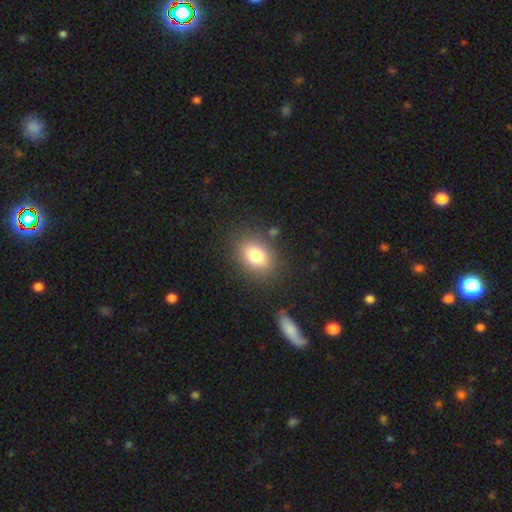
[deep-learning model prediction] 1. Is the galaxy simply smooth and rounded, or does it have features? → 80% smooth, 10% star or artifact, 10% featured or disk.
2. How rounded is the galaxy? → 67% in between, 32% round, 1% cigar-shaped.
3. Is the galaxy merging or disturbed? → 82% none, 11% minor disturbance, 4% major disturbance, 3% merger.